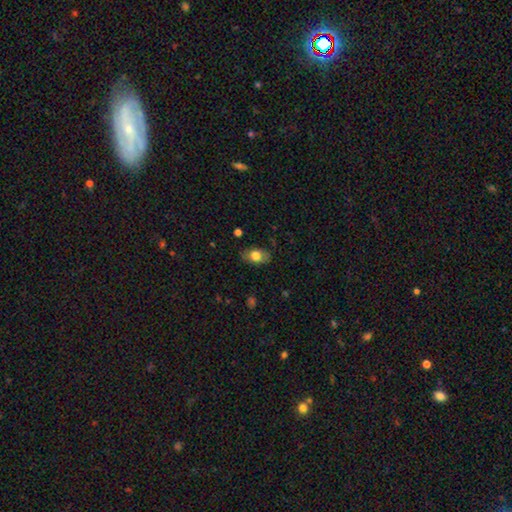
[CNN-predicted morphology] A smooth galaxy with no disk features (74%) that is in between round and cigar-shaped (89%).

Vote fractions:
- Smooth or featured? smooth: 74% / featured or disk: 19% / star or artifact: 7%
- How rounded? in between: 89% / round: 9% / cigar-shaped: 2%
- Merging? none: 80% / minor disturbance: 15% / major disturbance: 4% / merger: 1%